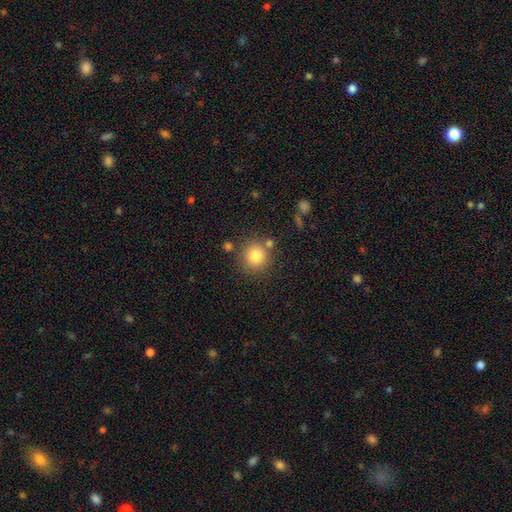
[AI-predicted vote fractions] smooth 82%, star or artifact 11%, featured or disk 7%. Down the decision tree: how rounded — round (91%); merging — none (78%).